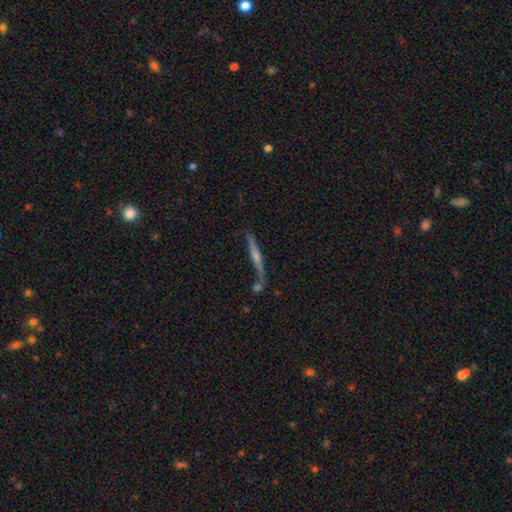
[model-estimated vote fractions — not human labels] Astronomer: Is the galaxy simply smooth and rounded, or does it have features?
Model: featured or disk — 57% (runner-up: smooth, 35%).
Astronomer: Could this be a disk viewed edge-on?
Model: yes — 94%.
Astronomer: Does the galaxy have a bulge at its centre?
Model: rounded — 52% (runner-up: none, 37%).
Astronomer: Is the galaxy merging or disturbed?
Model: none — 64%.